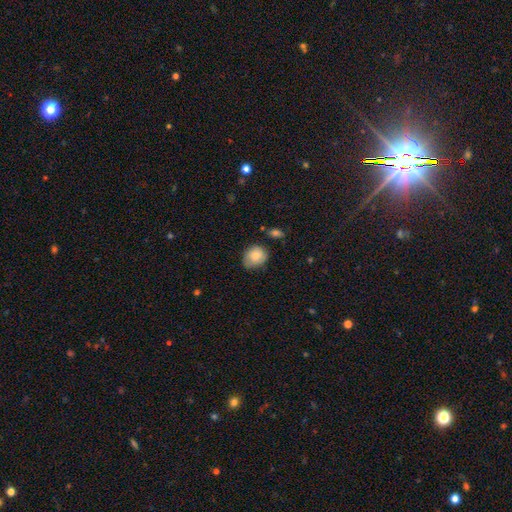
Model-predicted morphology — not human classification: Overall: smooth (81%). How rounded: round (57%; in between 42%). Merging: none (60%; minor disturbance 32%).